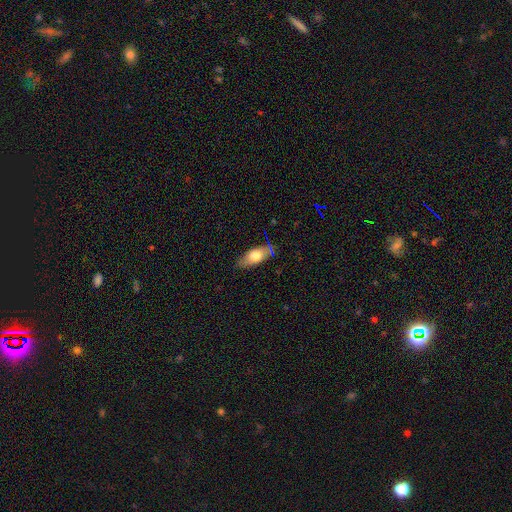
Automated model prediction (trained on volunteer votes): Smooth or featured?
  - smooth: 68% *
  - featured or disk: 25%
  - star or artifact: 7%
How rounded?
  - in between: 82% *
  - cigar-shaped: 15%
  - round: 4%
Merging?
  - none: 69% *
  - minor disturbance: 22%
  - major disturbance: 5%
  - merger: 4%